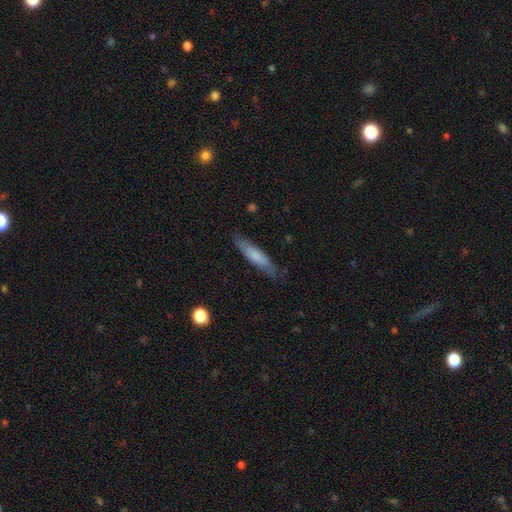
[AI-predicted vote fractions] Q: Smooth or featured?
A: smooth (67%); runner-up: featured or disk (27%)
Q: How rounded?
A: cigar-shaped (81%); runner-up: in between (17%)
Q: Merging?
A: none (82%); runner-up: minor disturbance (14%)